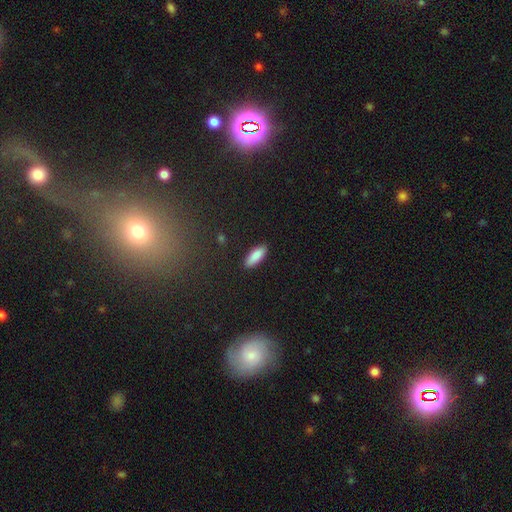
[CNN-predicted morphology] smooth_or_featured: smooth (p=0.88) [alt: star or artifact p=0.06]
how_rounded: in between (p=0.69) [alt: cigar-shaped p=0.29]
merging: none (p=0.88) [alt: minor disturbance p=0.09]